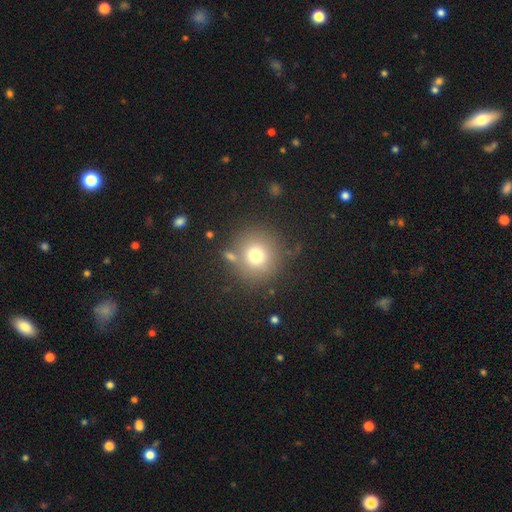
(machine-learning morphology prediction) Overall: smooth (74%). How rounded: round (92%). Merging: none (76%).